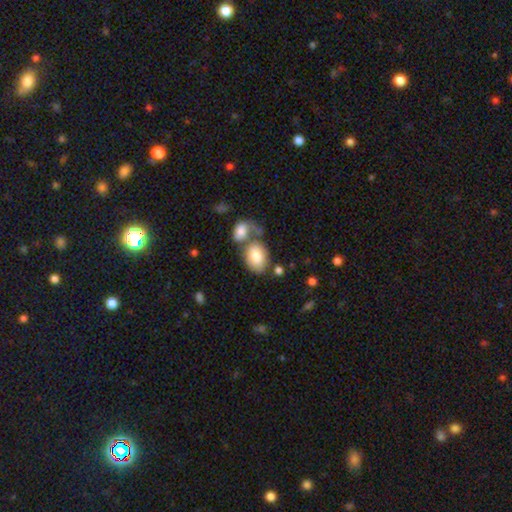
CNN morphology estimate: Smooth or featured: smooth — 80% (featured or disk — 14%)
How rounded: in between — 84% (round — 15%)
Merging: none — 42% (merger — 36%)